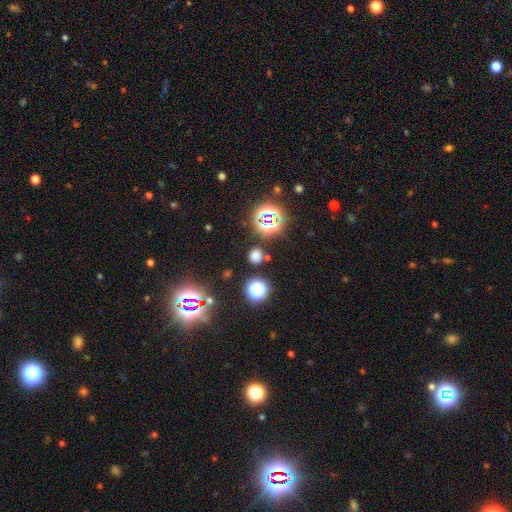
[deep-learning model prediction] Smooth or featured?
  - smooth: 60% *
  - star or artifact: 35%
  - featured or disk: 5%
How rounded?
  - round: 85% *
  - in between: 14%
  - cigar-shaped: 1%
Merging?
  - none: 84% *
  - minor disturbance: 8%
  - merger: 5%
  - major disturbance: 4%